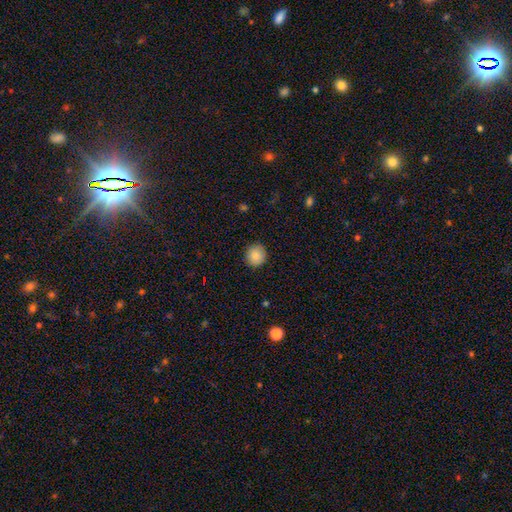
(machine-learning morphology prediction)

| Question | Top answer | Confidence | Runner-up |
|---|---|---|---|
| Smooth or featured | smooth | 87% | star or artifact (8%) |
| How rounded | round | 90% | in between (9%) |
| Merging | none | 89% | minor disturbance (8%) |